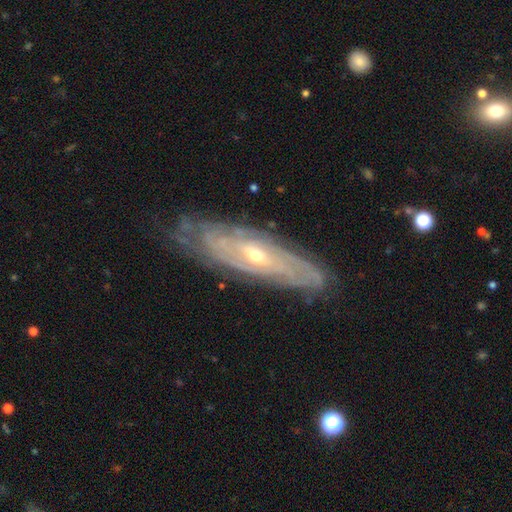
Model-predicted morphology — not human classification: featured or disk 83%, smooth 11%, star or artifact 6%. Down the decision tree: edge-on disk — no (73%); bar — no (64%); spiral arms — yes (89%); spiral arm count — can't tell (59%); spiral winding — tight (74%); bulge size — small (60%); merging — none (79%).